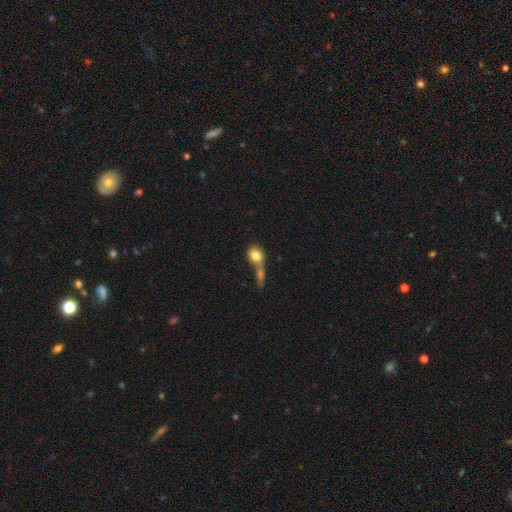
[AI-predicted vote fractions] Smooth or featured?
  - smooth: 78% *
  - featured or disk: 14%
  - star or artifact: 8%
How rounded?
  - round: 50% *
  - in between: 46%
  - cigar-shaped: 4%
Merging?
  - merger: 61% *
  - none: 21%
  - major disturbance: 10%
  - minor disturbance: 9%